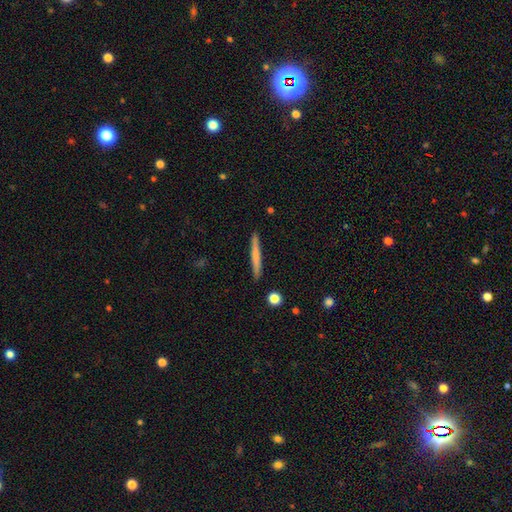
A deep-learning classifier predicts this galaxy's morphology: type=smooth (65%); roundness=cigar-shaped (96%); merging=none (90%).